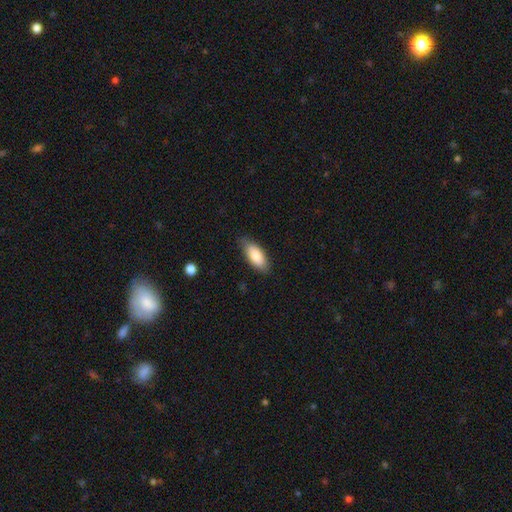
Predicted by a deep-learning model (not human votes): Q: Smooth or featured?
A: smooth (84%); runner-up: featured or disk (10%)
Q: How rounded?
A: in between (84%); runner-up: cigar-shaped (14%)
Q: Merging?
A: none (80%); runner-up: minor disturbance (16%)